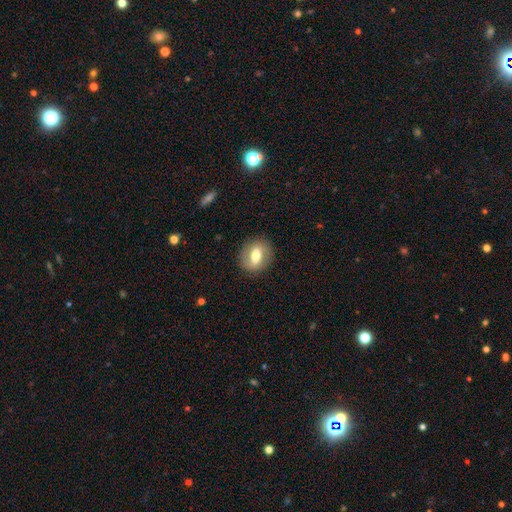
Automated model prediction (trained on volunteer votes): Overall: smooth (55%; featured or disk 37%). How rounded: round (50%; in between 48%). Merging: none (85%).